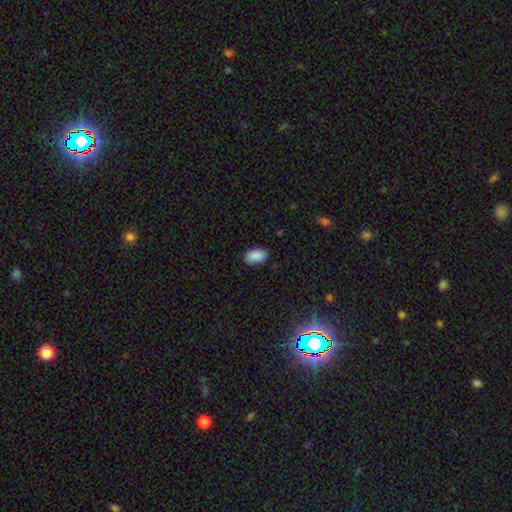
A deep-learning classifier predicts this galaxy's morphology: This appears to be a smooth galaxy with no disk features (90%) that is in between round and cigar-shaped (94%). Merging: none (86%).